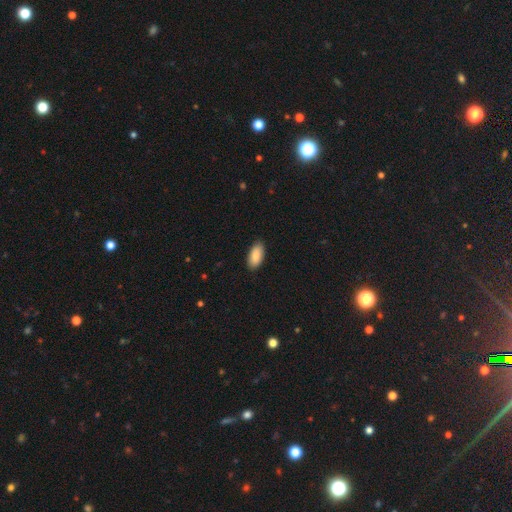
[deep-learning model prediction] The model was most divided on "merging": none: 88%, minor disturbance: 9%, major disturbance: 2%, merger: 1%. More confident: how rounded — in between (93%); smooth or featured — smooth (87%).